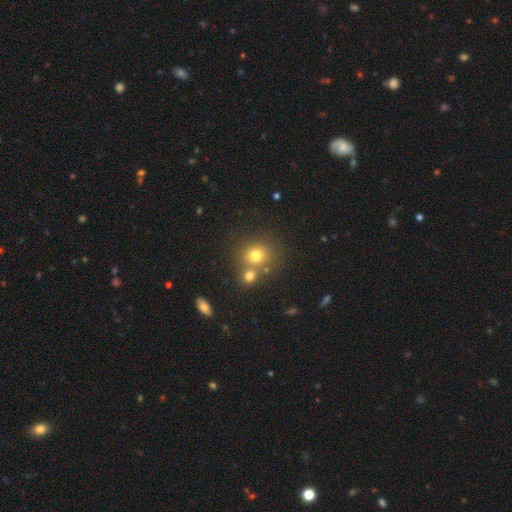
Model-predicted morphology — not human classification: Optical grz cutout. It shows a smooth galaxy with no disk features (74%) that is round (81%). Merging: none (57%).